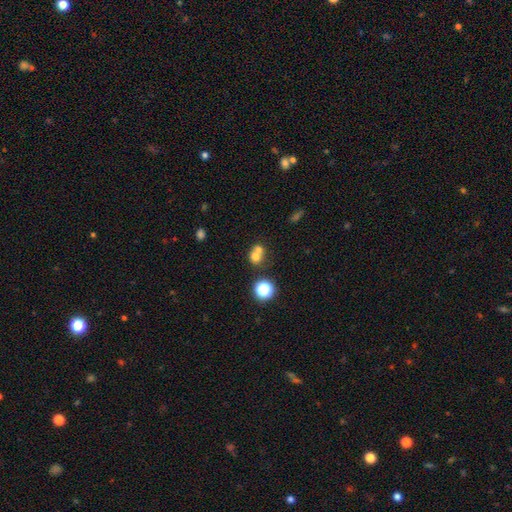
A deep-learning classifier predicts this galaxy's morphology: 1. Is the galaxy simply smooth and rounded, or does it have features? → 67% smooth, 17% star or artifact, 16% featured or disk.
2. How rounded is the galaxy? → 75% round, 24% in between, 1% cigar-shaped.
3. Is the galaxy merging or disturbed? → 59% merger, 32% none, 6% minor disturbance, 3% major disturbance.